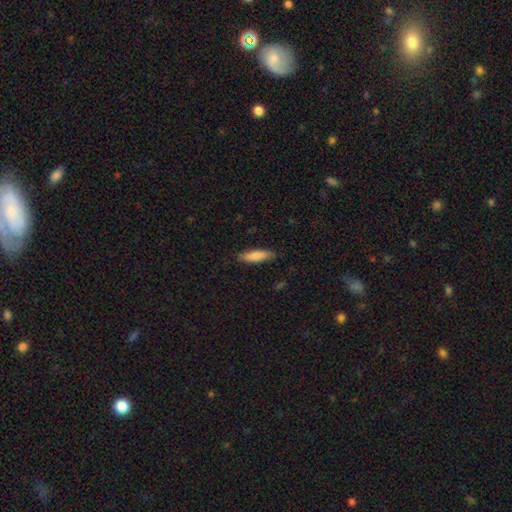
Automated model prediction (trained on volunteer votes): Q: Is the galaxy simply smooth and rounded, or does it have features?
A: smooth — 83%.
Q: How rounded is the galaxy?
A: cigar-shaped — 63%.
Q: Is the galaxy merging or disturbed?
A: none — 84%.